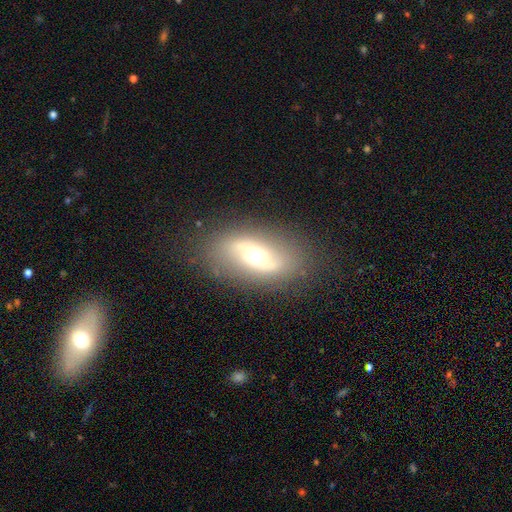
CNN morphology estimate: This appears to be a featured or disk galaxy (62%) with no bar (39%), spiral arms (68%) and a moderate central bulge (67%). Merging: none (84%).